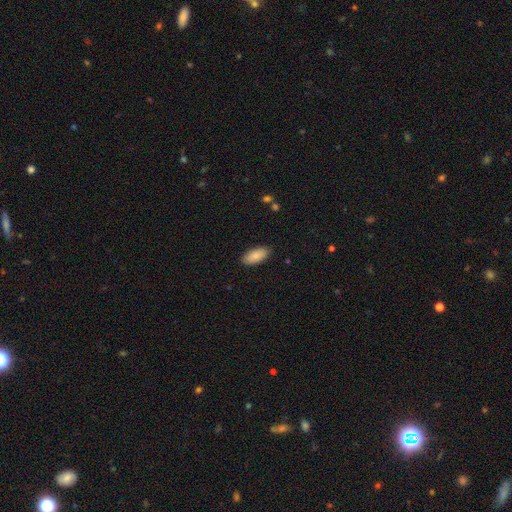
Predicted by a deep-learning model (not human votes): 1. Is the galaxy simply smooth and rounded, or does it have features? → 86% smooth, 7% featured or disk, 6% star or artifact.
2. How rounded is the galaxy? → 91% in between, 7% cigar-shaped, 2% round.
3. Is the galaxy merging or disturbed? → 88% none, 9% minor disturbance, 2% major disturbance, 1% merger.